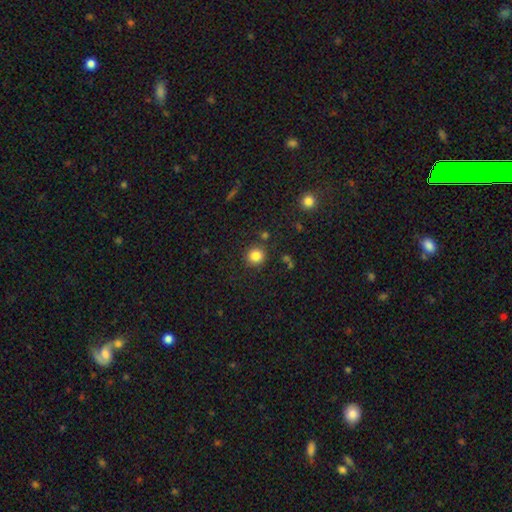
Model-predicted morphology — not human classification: smooth-or-featured: smooth: 84% | star or artifact: 11% | featured or disk: 5%
  how-rounded: round: 93% | in between: 6% | cigar-shaped: 1%
  merging: none: 86% | minor disturbance: 8% | merger: 4% | major disturbance: 3%